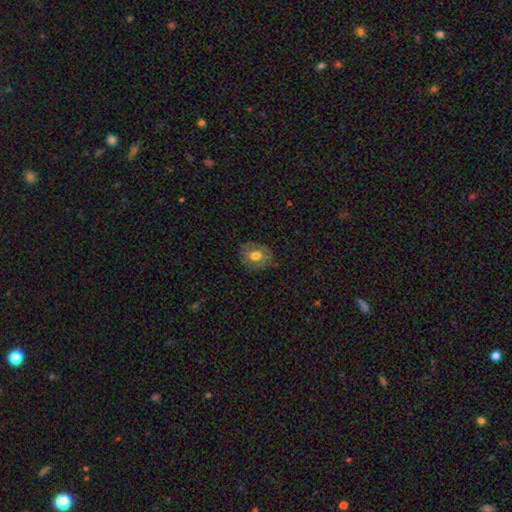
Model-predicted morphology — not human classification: Overall: smooth (59%; featured or disk 32%). How rounded: round (64%; in between 35%). Merging: none (77%).